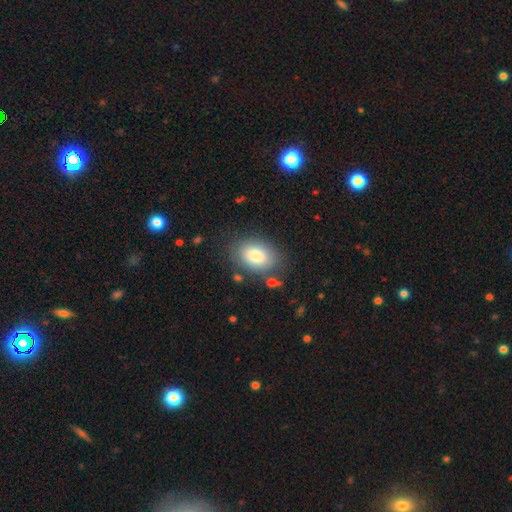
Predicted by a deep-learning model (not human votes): smooth_or_featured: smooth (p=0.83) [alt: featured or disk p=0.10]
how_rounded: in between (p=0.83) [alt: round p=0.16]
merging: none (p=0.78) [alt: minor disturbance p=0.14]